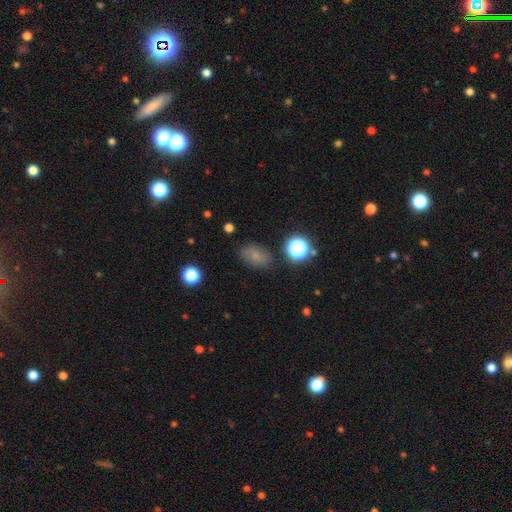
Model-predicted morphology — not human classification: The model was most divided on "smooth or featured": smooth: 72%, star or artifact: 17%, featured or disk: 11%. More confident: how rounded — in between (78%); merging — none (78%).